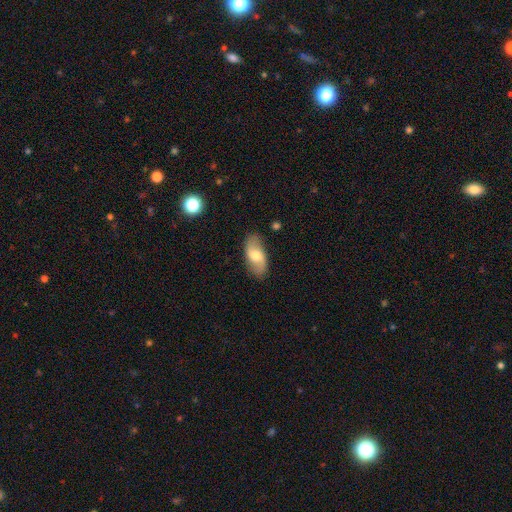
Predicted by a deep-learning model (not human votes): Overall: smooth (47%, tied with featured or disk). Merging: none (82%).